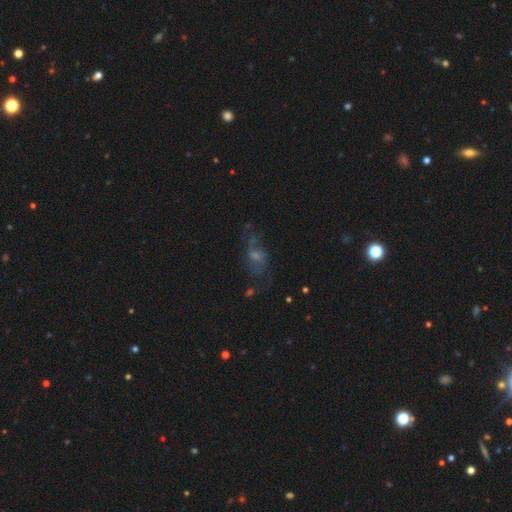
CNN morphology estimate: A featured or disk galaxy (46%). Merging: none (58%).